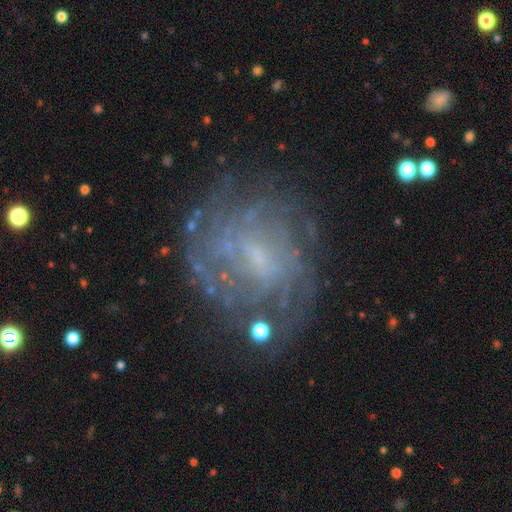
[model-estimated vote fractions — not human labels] Smooth or featured? Predicted: featured or disk (p=0.75). Edge-on disk? Predicted: no (p=0.97). Bar? Predicted: weak (p=0.53). Spiral arms? Predicted: yes (p=0.80). Spiral winding? Predicted: tight (p=0.58). Spiral arm count? Predicted: can't tell (p=0.58). Bulge size? Predicted: small (p=0.56). Merging? Predicted: none (p=0.70).